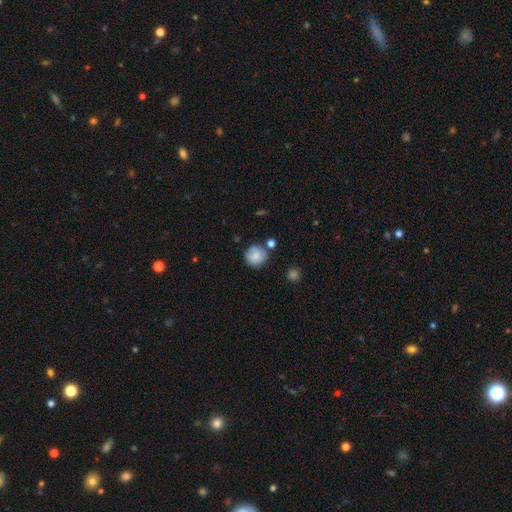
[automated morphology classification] A smooth galaxy with no disk features (81%) that is round (91%). Merging: none (71%).